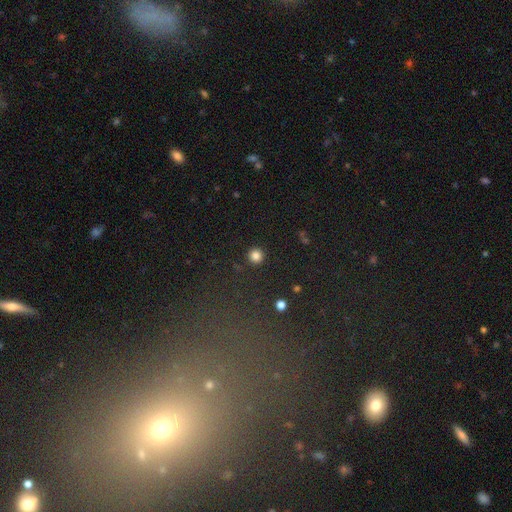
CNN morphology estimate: This appears to be a smooth galaxy with no disk features (84%) that is round (95%). Merging: none (92%).